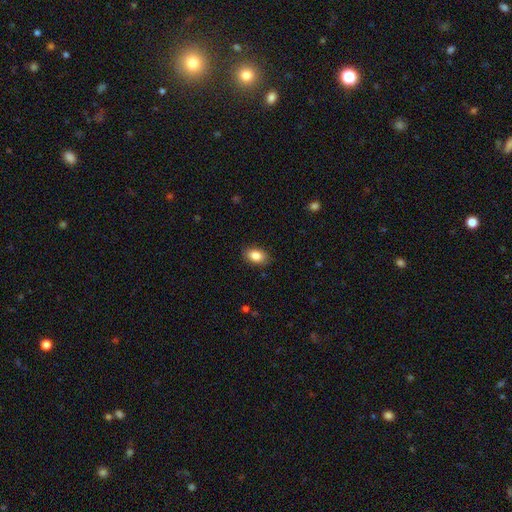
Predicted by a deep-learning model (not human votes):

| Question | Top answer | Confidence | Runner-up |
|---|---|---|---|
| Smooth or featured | smooth | 86% | star or artifact (8%) |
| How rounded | in between | 87% | round (11%) |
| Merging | none | 87% | minor disturbance (10%) |